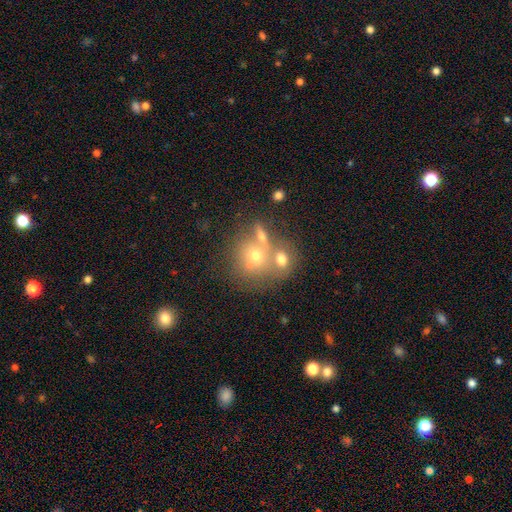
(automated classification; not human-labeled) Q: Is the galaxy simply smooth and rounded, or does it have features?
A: smooth — 61%.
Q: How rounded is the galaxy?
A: round — 79%.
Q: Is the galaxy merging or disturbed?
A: merger — 47%.